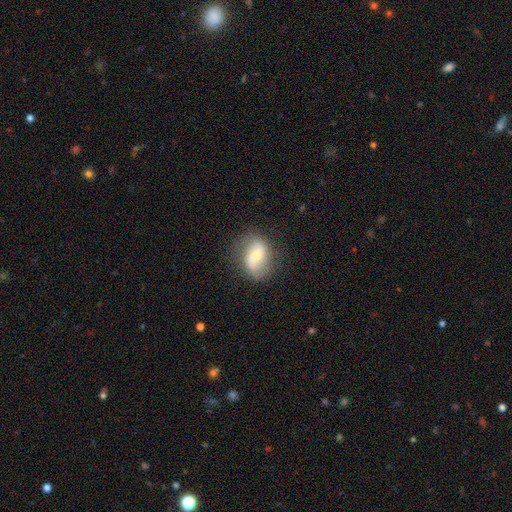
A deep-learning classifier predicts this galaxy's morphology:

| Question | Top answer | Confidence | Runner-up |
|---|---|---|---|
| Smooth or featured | featured or disk | 50% | smooth (42%) |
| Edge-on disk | no | 96% | yes (4%) |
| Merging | none | 72% | minor disturbance (19%) |